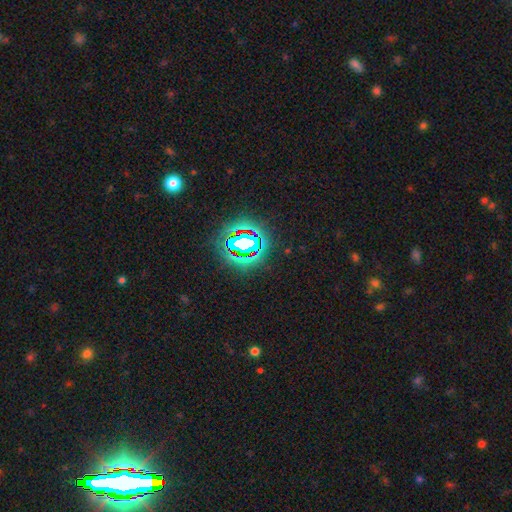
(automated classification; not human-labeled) smooth_or_featured: star or artifact (p=0.83) [alt: smooth p=0.10]